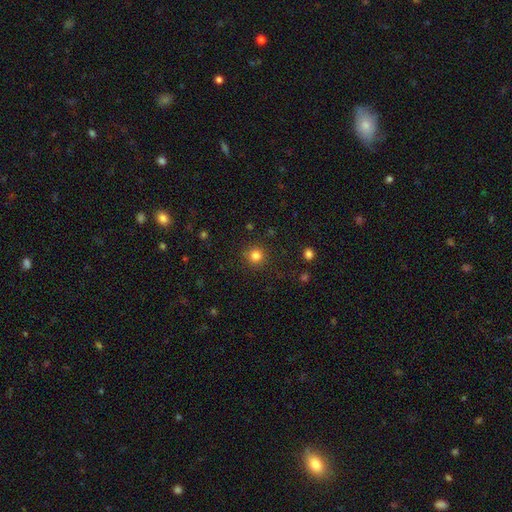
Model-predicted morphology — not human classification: type=smooth (82%); roundness=round (94%); merging=none (89%).